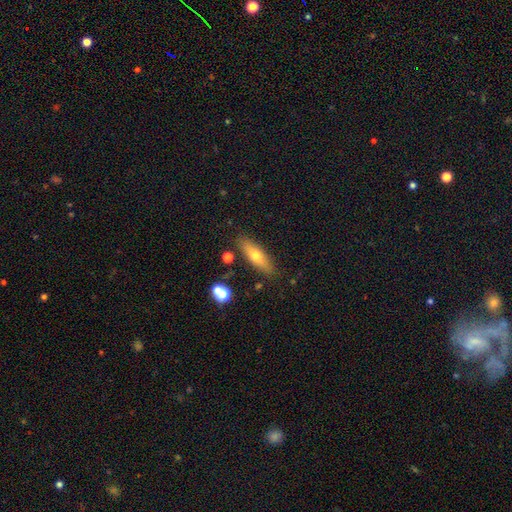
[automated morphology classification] smooth_or_featured: smooth (p=0.60) [alt: featured or disk p=0.33]
how_rounded: cigar-shaped (p=0.52) [alt: in between p=0.45]
merging: none (p=0.84) [alt: minor disturbance p=0.11]